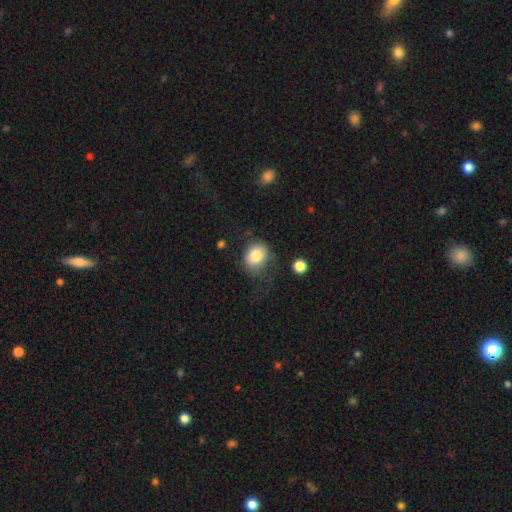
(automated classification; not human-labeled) A smooth galaxy with no disk features (82%) that is round (57%). Merging: none (60%).